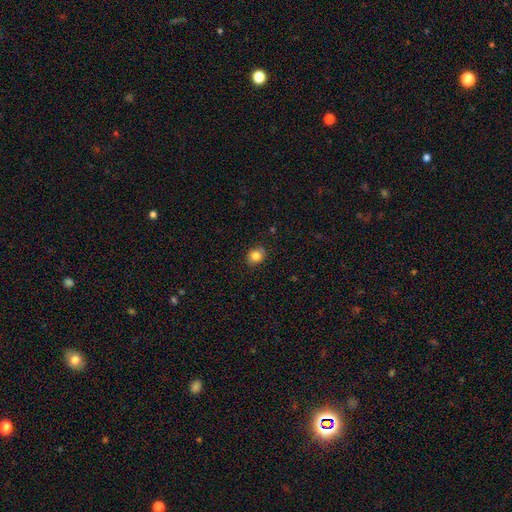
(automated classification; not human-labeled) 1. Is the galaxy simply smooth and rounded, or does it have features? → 84% smooth, 10% star or artifact, 6% featured or disk.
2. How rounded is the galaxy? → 65% round, 34% in between, 1% cigar-shaped.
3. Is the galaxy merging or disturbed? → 84% none, 12% minor disturbance, 3% major disturbance, 1% merger.